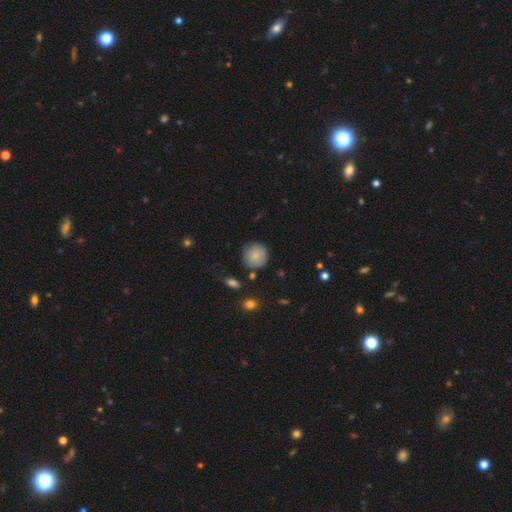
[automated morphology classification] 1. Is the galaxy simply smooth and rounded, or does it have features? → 82% smooth, 11% featured or disk, 8% star or artifact.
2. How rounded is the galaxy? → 93% round, 6% in between, 1% cigar-shaped.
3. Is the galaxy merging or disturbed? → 82% none, 13% minor disturbance, 3% major disturbance, 2% merger.